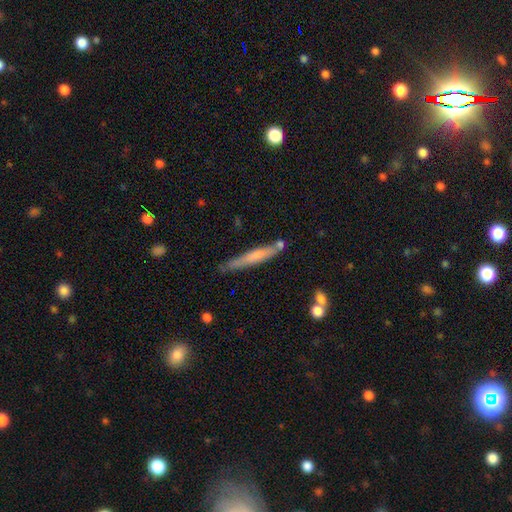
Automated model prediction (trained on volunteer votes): Smooth or featured? smooth (59%)
How rounded? cigar-shaped (94%)
Merging? none (68%)